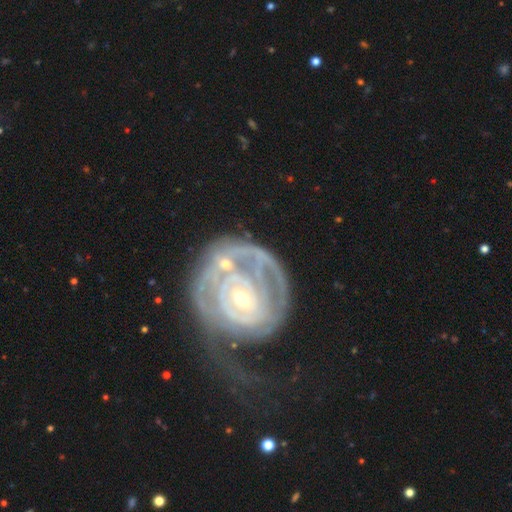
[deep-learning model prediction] Smooth or featured? featured or disk (82%)
Edge-on disk? no (97%)
Bar? no (68%)
Spiral arms? yes (79%)
Spiral winding? tight (75%)
Spiral arm count? can't tell (45%)
Bulge size? small (67%)
Merging? none (34%)